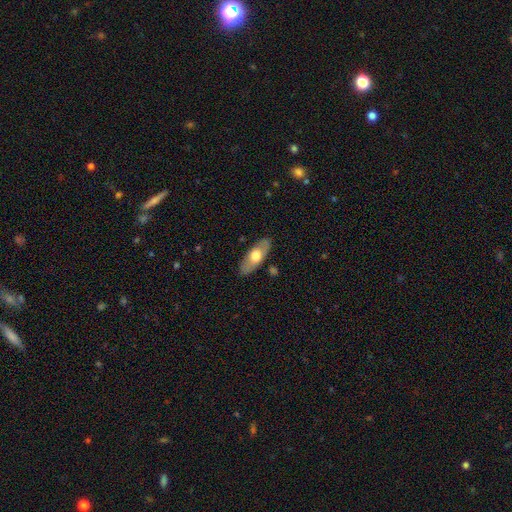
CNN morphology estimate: Overall: smooth (56%; featured or disk 39%). How rounded: in between (80%). Merging: none (86%).